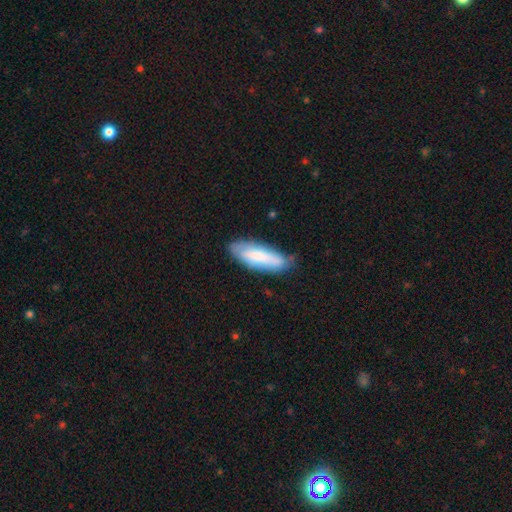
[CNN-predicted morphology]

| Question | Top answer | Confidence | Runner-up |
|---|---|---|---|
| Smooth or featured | smooth | 66% | featured or disk (26%) |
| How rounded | in between | 52% | cigar-shaped (46%) |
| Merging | none | 76% | minor disturbance (19%) |